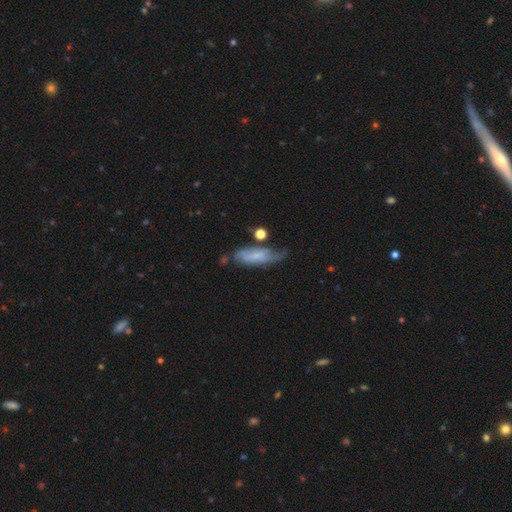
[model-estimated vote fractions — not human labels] This is possibly a smooth galaxy (47%). Merging: marginally none (41%).